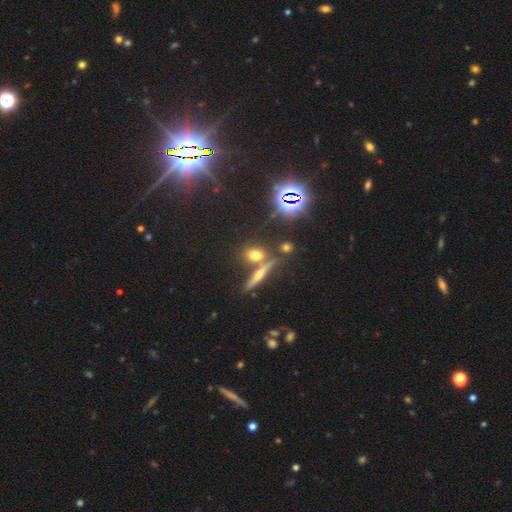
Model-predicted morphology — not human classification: type=smooth (52%); roundness=round (42%); merging=none (67%).